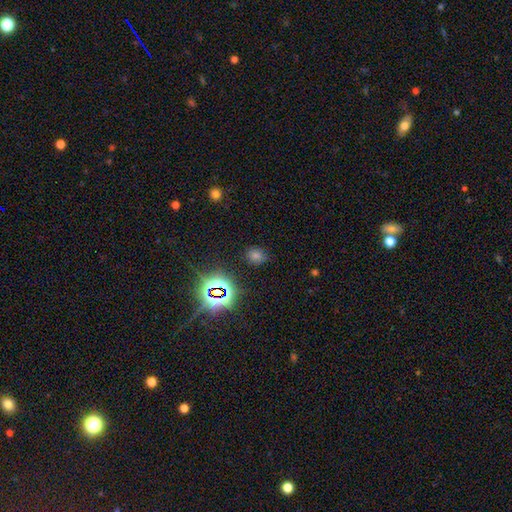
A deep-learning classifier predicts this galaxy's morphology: smooth_or_featured: star or artifact (p=0.48) [alt: smooth p=0.44]